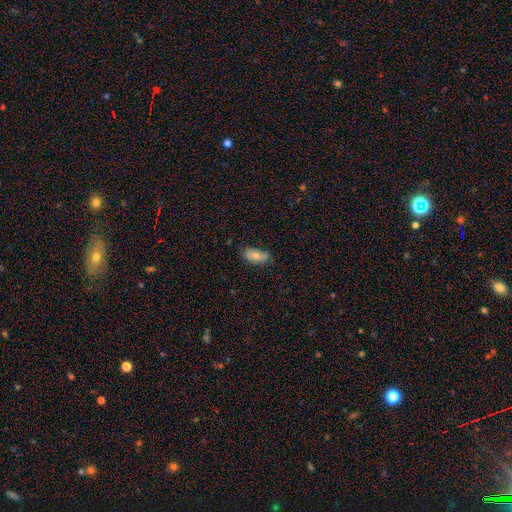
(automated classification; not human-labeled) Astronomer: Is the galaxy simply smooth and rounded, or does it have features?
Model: smooth — 72%.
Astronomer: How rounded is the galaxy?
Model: in between — 89%.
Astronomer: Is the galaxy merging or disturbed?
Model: none — 74%.